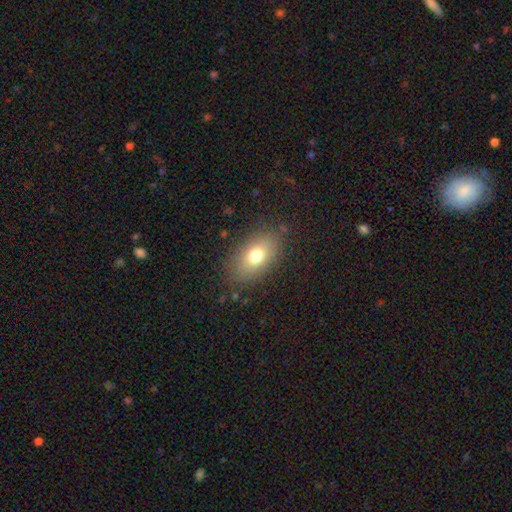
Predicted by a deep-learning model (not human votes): smooth_or_featured: smooth (p=0.75) [alt: featured or disk p=0.15]
how_rounded: in between (p=0.87) [alt: round p=0.11]
merging: none (p=0.83) [alt: minor disturbance p=0.11]